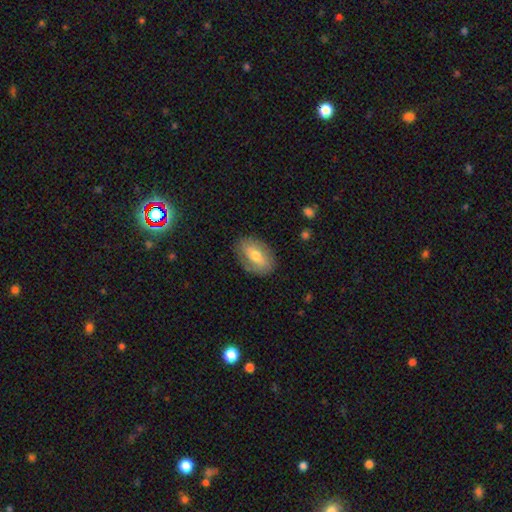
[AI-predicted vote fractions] Smooth or featured? Predicted: smooth (p=0.58). How rounded? Predicted: in between (p=0.87). Merging? Predicted: none (p=0.81).